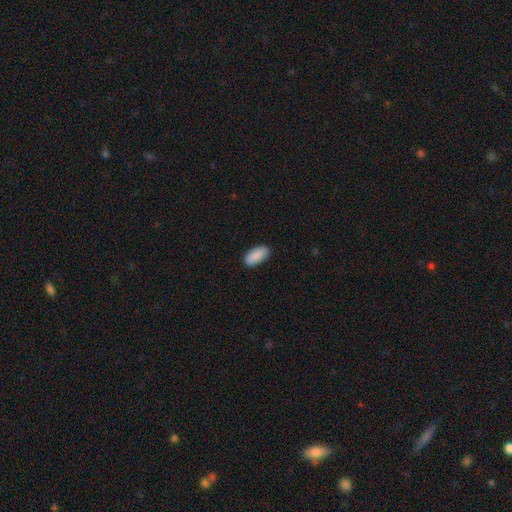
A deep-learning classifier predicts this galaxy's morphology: smooth_or_featured: smooth (p=0.90) [alt: star or artifact p=0.06]
how_rounded: in between (p=0.91) [alt: cigar-shaped p=0.07]
merging: none (p=0.88) [alt: minor disturbance p=0.09]